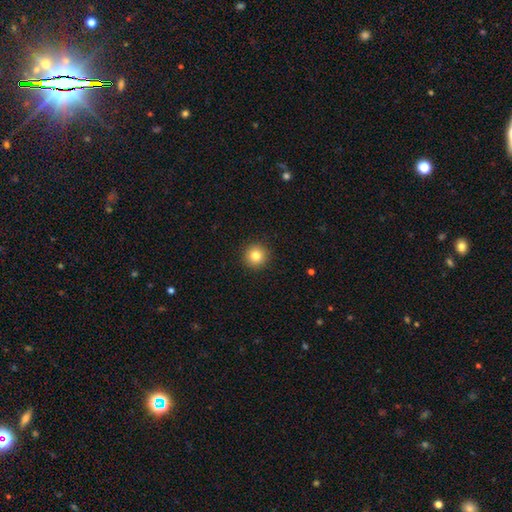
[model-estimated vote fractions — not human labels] smooth-or-featured: smooth: 82% | star or artifact: 11% | featured or disk: 7%
  how-rounded: round: 96% | in between: 3% | cigar-shaped: 1%
  merging: none: 93% | minor disturbance: 5% | major disturbance: 2% | merger: 1%